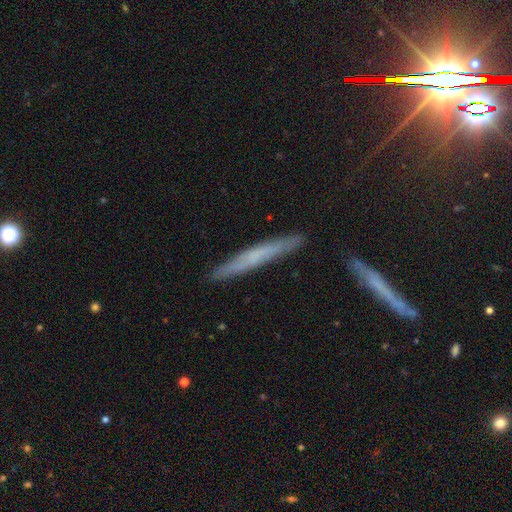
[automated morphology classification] This is possibly a smooth galaxy (50%). How rounded: clearly cigar-shaped (96%). Merging: clearly none (87%).